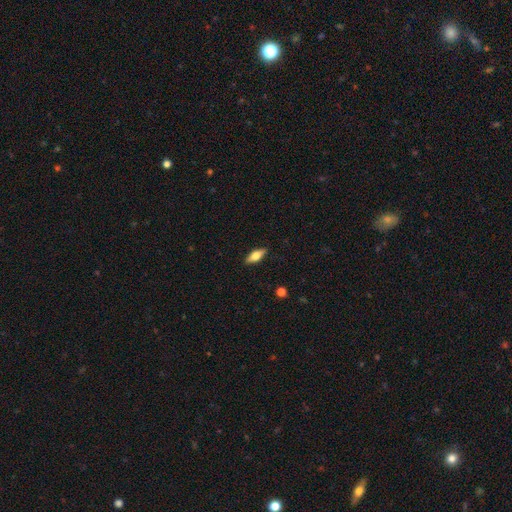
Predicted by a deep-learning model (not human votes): Overall: smooth (62%; featured or disk 31%). How rounded: in between (71%). Merging: none (89%).